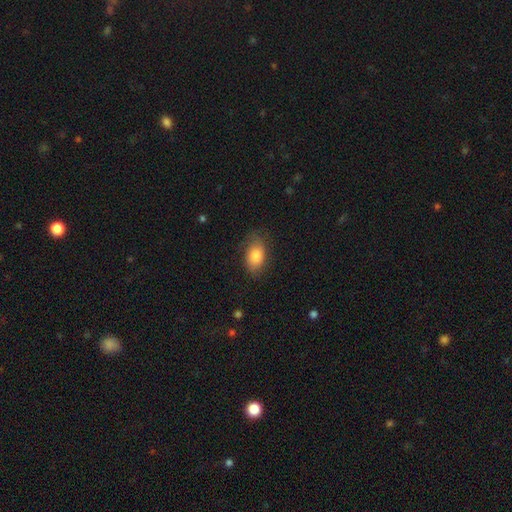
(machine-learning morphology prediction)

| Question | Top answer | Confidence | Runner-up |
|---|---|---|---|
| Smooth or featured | smooth | 82% | featured or disk (11%) |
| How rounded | in between | 88% | round (10%) |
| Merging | none | 72% | minor disturbance (20%) |